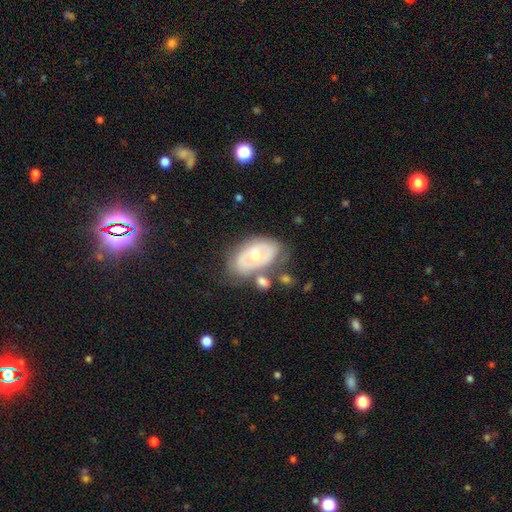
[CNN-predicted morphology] Q: Smooth or featured?
A: featured or disk (62%); runner-up: smooth (32%)
Q: Edge-on disk?
A: no (93%); runner-up: yes (7%)
Q: Bar?
A: no (80%); runner-up: weak (14%)
Q: Spiral arms?
A: no (69%); runner-up: yes (31%)
Q: Bulge size?
A: moderate (76%); runner-up: small (15%)
Q: Merging?
A: none (58%); runner-up: minor disturbance (20%)